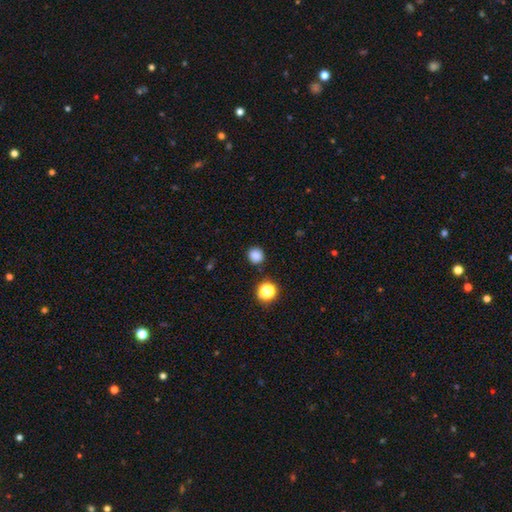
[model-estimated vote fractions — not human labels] A smooth galaxy with no disk features (82%) that is round (89%). Merging: none (87%).